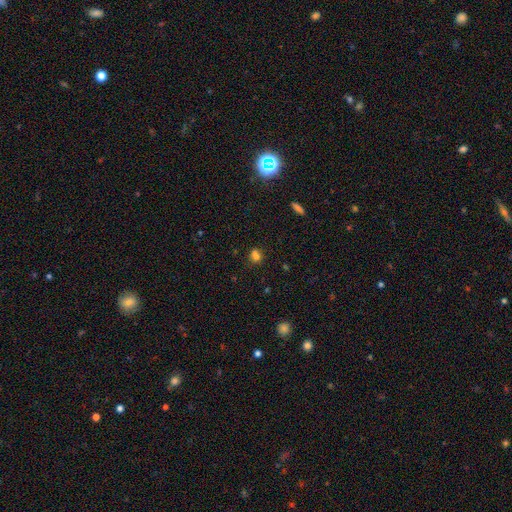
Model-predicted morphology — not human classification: Q: Smooth or featured?
A: smooth (71%); runner-up: star or artifact (21%)
Q: How rounded?
A: round (66%); runner-up: in between (32%)
Q: Merging?
A: none (62%); runner-up: merger (20%)